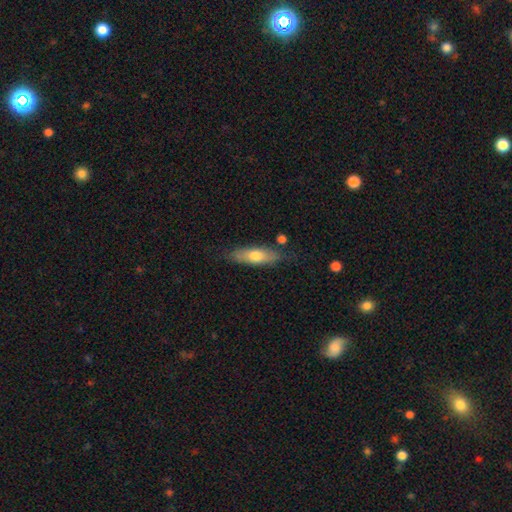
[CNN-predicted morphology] This appears to be a smooth galaxy with no disk features (64%) that is in between round and cigar-shaped (51%). Merging: none (75%).